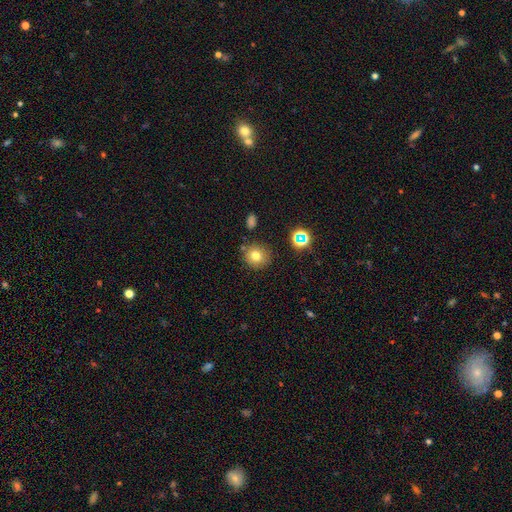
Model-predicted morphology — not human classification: Smooth or featured: smooth — 74% (star or artifact — 16%)
How rounded: round — 89% (in between — 10%)
Merging: none — 82% (minor disturbance — 10%)